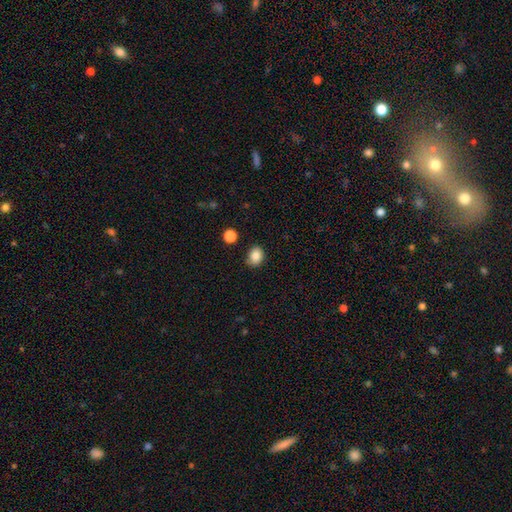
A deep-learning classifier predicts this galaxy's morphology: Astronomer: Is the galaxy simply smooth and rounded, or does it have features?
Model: smooth — 84%.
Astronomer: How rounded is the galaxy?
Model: round — 53% (runner-up: in between, 46%).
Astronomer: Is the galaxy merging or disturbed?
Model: none — 81%.